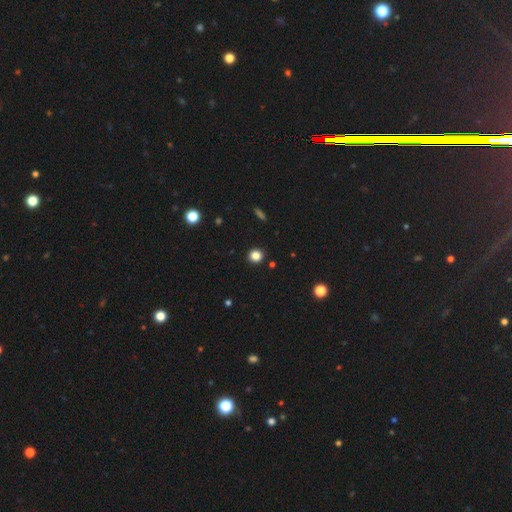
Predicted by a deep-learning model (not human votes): Overall: smooth (83%). How rounded: round (91%). Merging: none (93%).